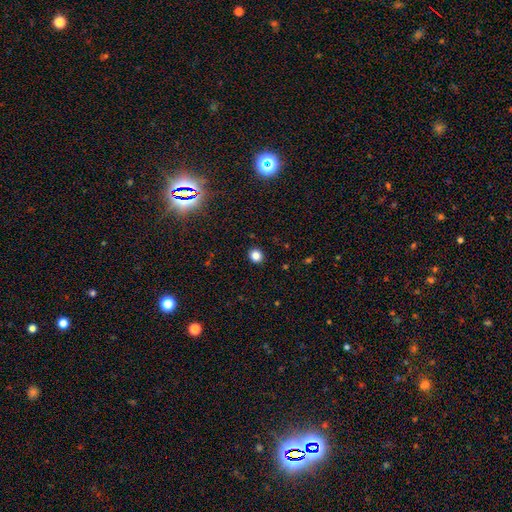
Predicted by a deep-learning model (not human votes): A smooth galaxy with no disk features (84%) that is round (82%).

Vote fractions:
- Smooth or featured? smooth: 84% / star or artifact: 12% / featured or disk: 4%
- How rounded? round: 82% / in between: 17% / cigar-shaped: 1%
- Merging? none: 92% / minor disturbance: 5% / major disturbance: 2% / merger: 1%